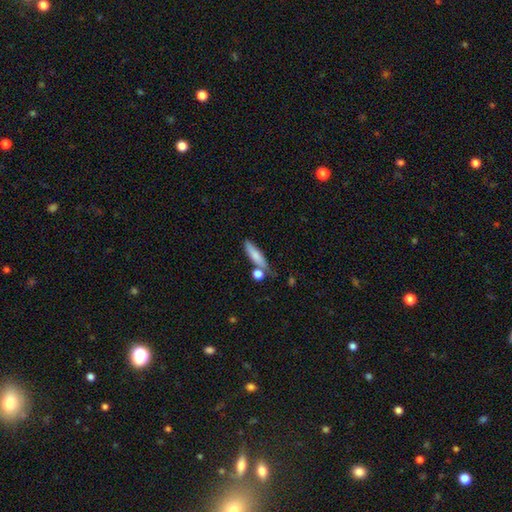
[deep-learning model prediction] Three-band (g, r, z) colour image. It shows a smooth galaxy with no disk features (77%) that is cigar-shaped (69%). Merging: none (61%).